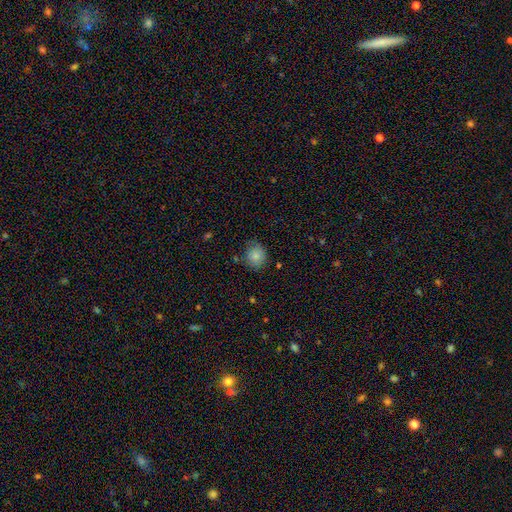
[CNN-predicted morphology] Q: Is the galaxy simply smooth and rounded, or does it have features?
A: smooth — 83%.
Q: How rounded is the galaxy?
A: round — 76%.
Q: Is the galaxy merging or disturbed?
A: none — 74%.